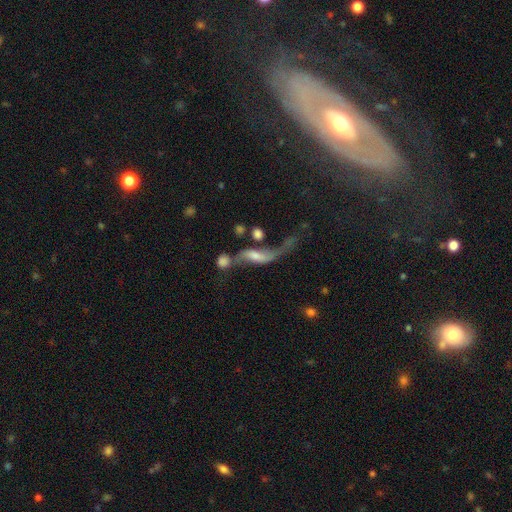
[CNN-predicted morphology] This appears to be a featured or disk galaxy (62%) with no bar (42%), spiral arms (74%) and a moderate central bulge (37%). Merging: merger (39%).